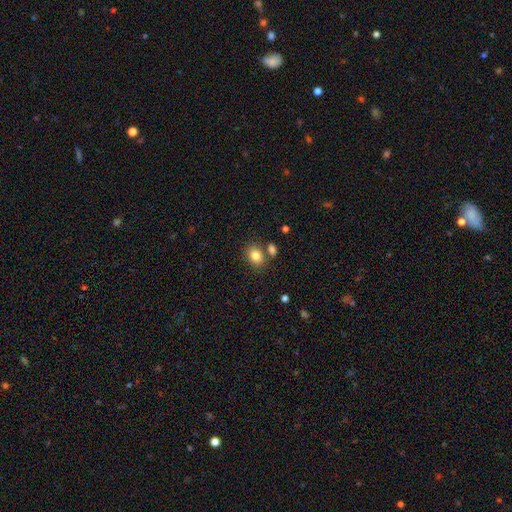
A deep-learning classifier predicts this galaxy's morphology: smooth_or_featured: smooth (p=0.84) [alt: star or artifact p=0.09]
how_rounded: in between (p=0.61) [alt: round p=0.38]
merging: none (p=0.68) [alt: merger p=0.17]